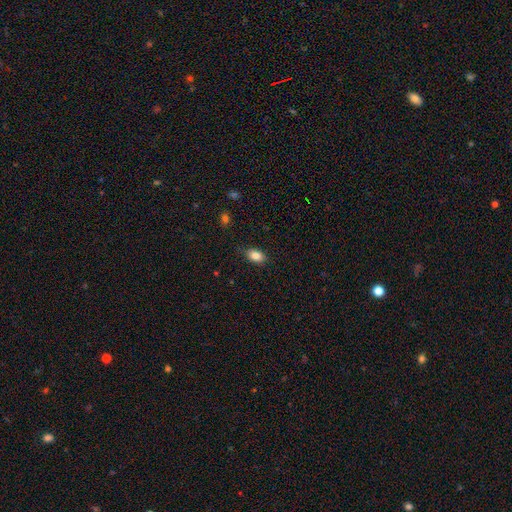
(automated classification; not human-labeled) A smooth galaxy with no disk features (84%) that is in between round and cigar-shaped (88%). Merging: none (86%).